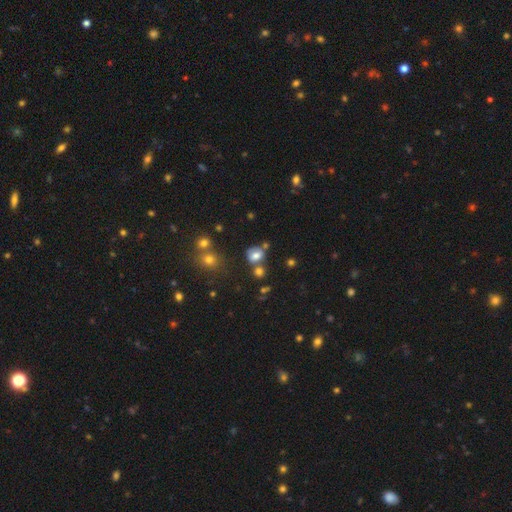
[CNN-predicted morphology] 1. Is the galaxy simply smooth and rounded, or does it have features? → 69% smooth, 17% featured or disk, 14% star or artifact.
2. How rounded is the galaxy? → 51% round, 48% in between, 1% cigar-shaped.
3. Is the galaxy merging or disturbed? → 50% none, 23% merger, 19% minor disturbance, 8% major disturbance.